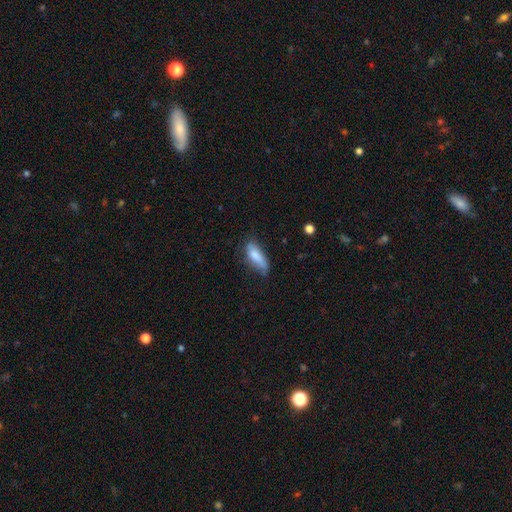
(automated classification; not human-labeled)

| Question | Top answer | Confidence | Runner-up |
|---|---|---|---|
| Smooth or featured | smooth | 79% | featured or disk (14%) |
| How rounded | in between | 64% | cigar-shaped (34%) |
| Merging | none | 54% | minor disturbance (34%) |